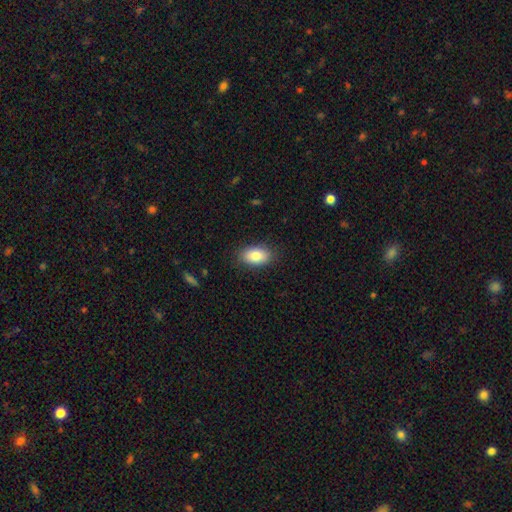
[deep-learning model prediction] smooth 84%, featured or disk 9%, star or artifact 7%. Down the decision tree: how rounded — in between (91%); merging — none (86%).